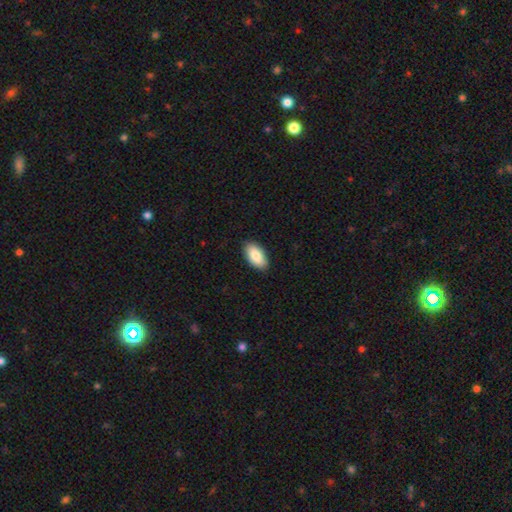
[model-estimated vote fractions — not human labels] Morphology: type=smooth (84%); roundness=in between (95%); merging=none (88%).